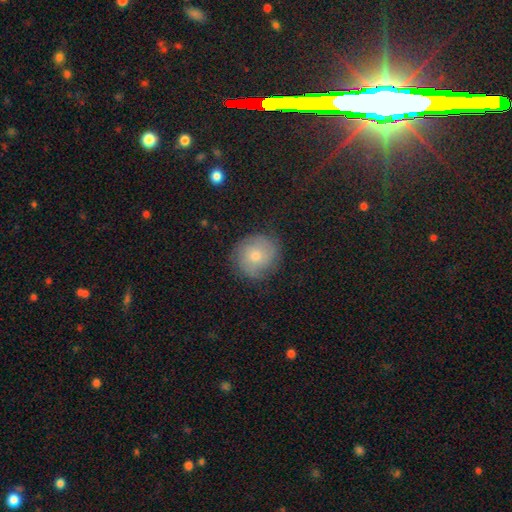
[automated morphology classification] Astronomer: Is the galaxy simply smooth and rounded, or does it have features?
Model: smooth — 48% (runner-up: featured or disk, 39%).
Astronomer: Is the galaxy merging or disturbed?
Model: none — 81%.